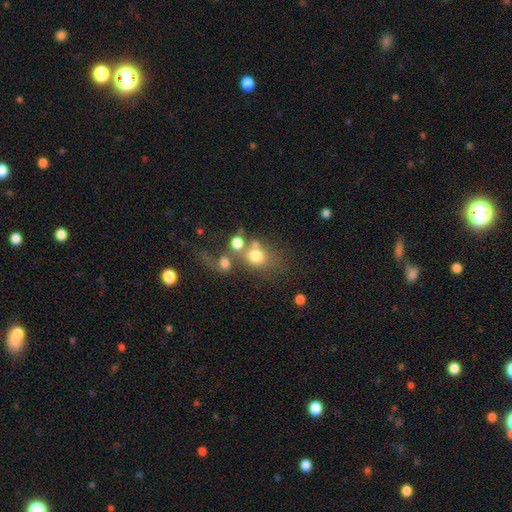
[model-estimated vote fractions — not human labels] Smooth or featured: smooth — 69% (featured or disk — 16%)
How rounded: round — 66% (in between — 32%)
Merging: merger — 39% (none — 35%)